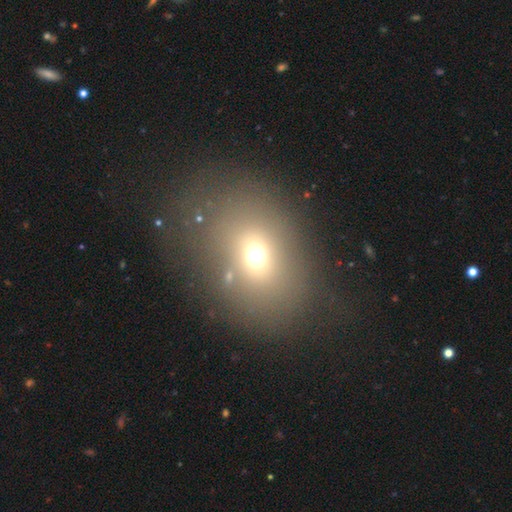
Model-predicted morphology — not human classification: Smooth or featured?
  - smooth: 66% *
  - star or artifact: 20%
  - featured or disk: 14%
How rounded?
  - in between: 57% *
  - round: 41%
  - cigar-shaped: 1%
Merging?
  - none: 72% *
  - minor disturbance: 13%
  - major disturbance: 11%
  - merger: 4%